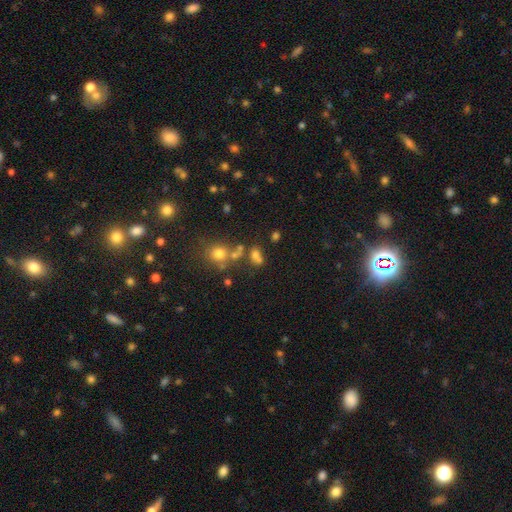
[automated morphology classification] smooth 66%, star or artifact 21%, featured or disk 13%. Down the decision tree: how rounded — in between (64%); merging — none (46%).